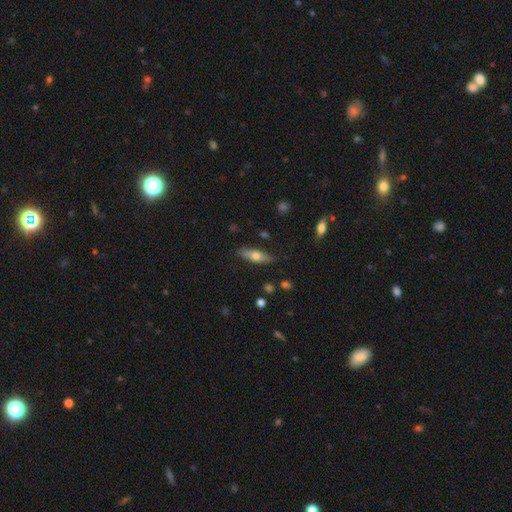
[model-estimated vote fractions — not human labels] A smooth galaxy with no disk features (57%) that is in between round and cigar-shaped (52%).

Vote fractions:
- Smooth or featured? smooth: 57% / featured or disk: 37% / star or artifact: 6%
- How rounded? in between: 52% / cigar-shaped: 45% / round: 3%
- Merging? none: 81% / minor disturbance: 14% / major disturbance: 3% / merger: 2%